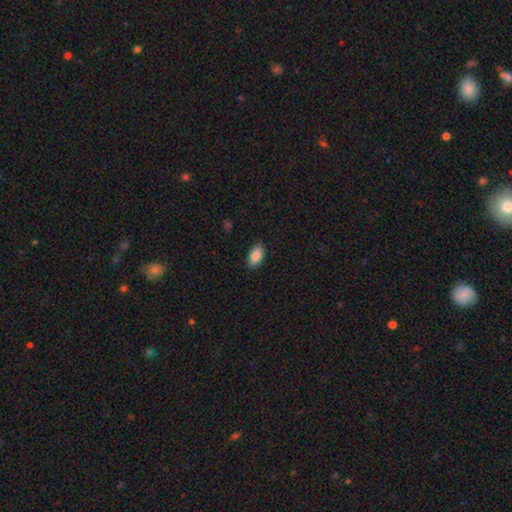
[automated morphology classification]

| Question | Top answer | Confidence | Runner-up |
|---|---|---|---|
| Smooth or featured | smooth | 87% | star or artifact (7%) |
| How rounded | in between | 93% | round (4%) |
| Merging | none | 87% | minor disturbance (10%) |